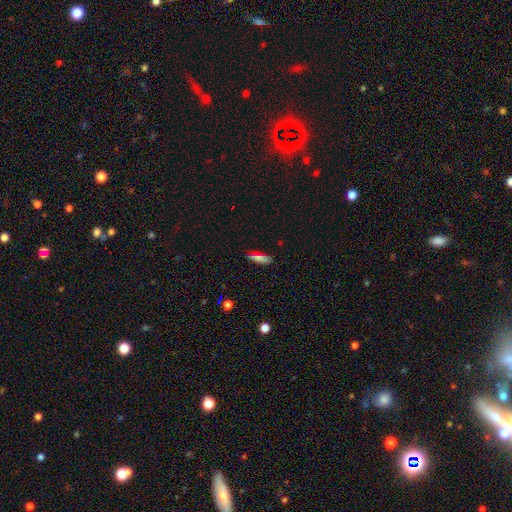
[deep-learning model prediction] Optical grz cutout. It shows a smooth galaxy with no disk features (77%) that is cigar-shaped (67%). Merging: none (85%).